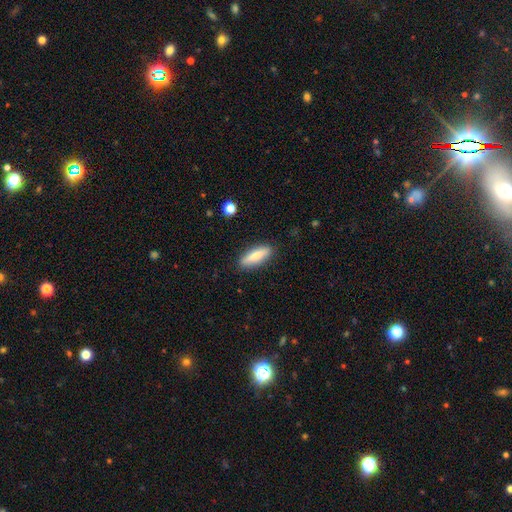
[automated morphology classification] Smooth or featured? smooth (76%)
How rounded? cigar-shaped (53%)
Merging? none (87%)